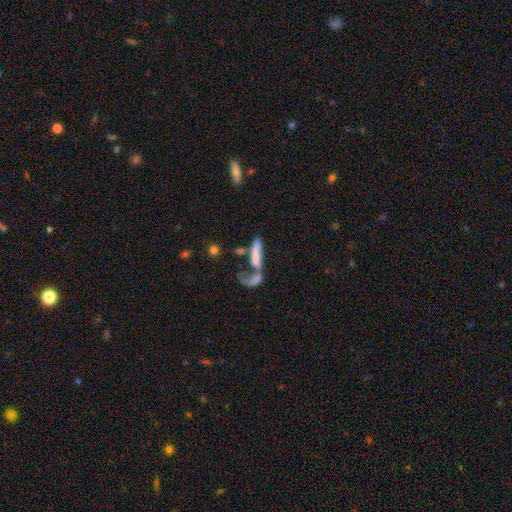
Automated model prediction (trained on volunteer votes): Smooth or featured? Predicted: smooth (p=0.57). How rounded? Predicted: cigar-shaped (p=0.65). Merging? Predicted: merger (p=0.55).